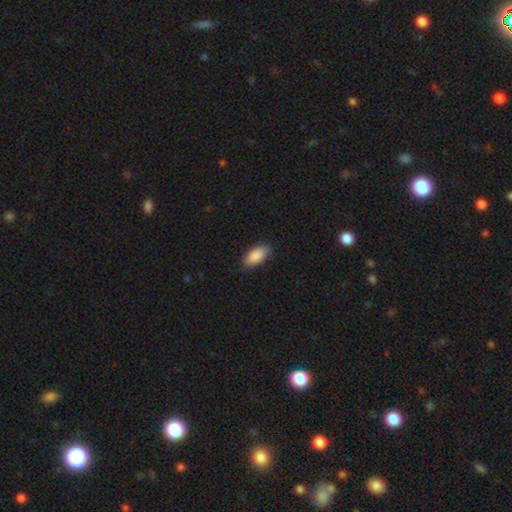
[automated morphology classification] This is clearly a smooth galaxy (89%). How rounded: clearly in between (90%). Merging: clearly none (82%).